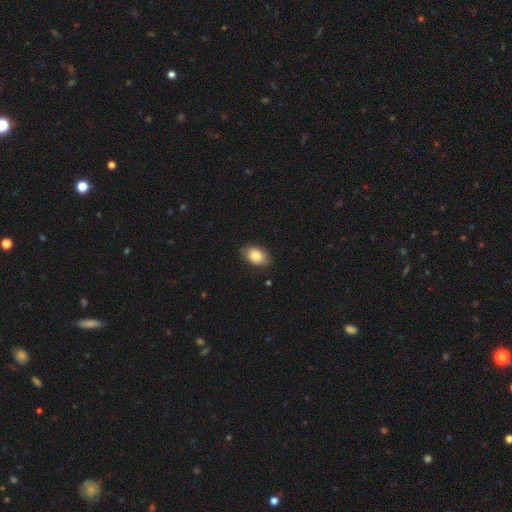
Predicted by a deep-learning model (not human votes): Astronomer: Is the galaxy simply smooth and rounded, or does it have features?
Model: smooth — 83%.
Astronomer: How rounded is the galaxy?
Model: in between — 87%.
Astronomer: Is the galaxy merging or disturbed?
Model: none — 84%.